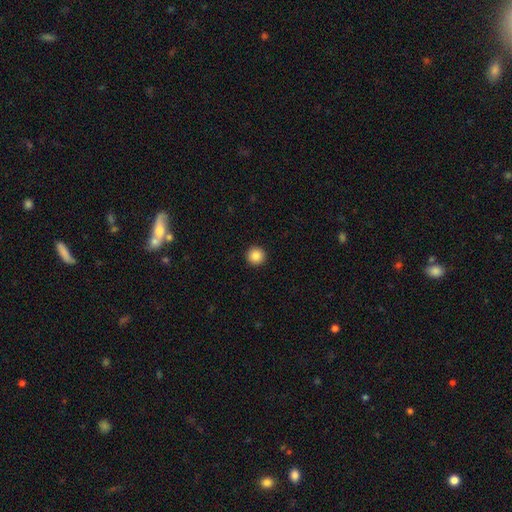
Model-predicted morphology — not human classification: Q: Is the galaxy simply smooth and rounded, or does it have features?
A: smooth — 86%.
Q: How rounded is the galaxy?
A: round — 96%.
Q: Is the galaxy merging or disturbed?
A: none — 94%.